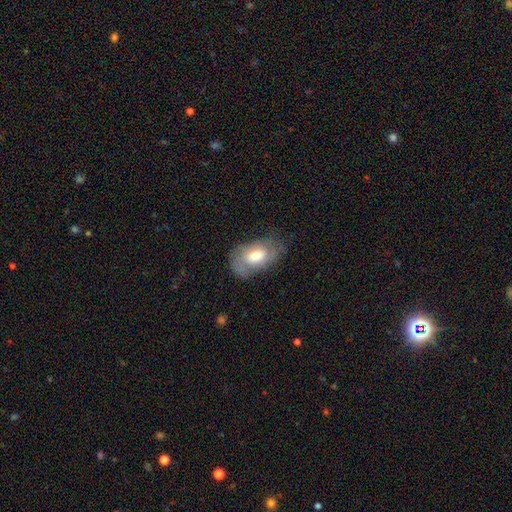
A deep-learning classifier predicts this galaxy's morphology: Smooth or featured?
  - smooth: 59% *
  - featured or disk: 34%
  - star or artifact: 7%
How rounded?
  - in between: 89% *
  - round: 8%
  - cigar-shaped: 2%
Merging?
  - none: 59% *
  - minor disturbance: 28%
  - major disturbance: 12%
  - merger: 1%